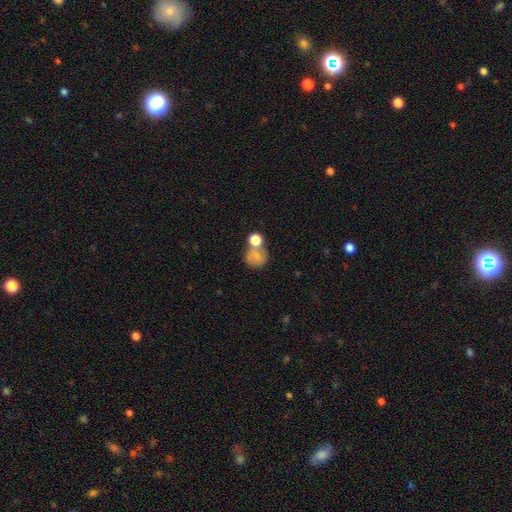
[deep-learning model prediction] Smooth or featured: smooth — 73% (featured or disk — 16%)
How rounded: round — 78% (in between — 21%)
Merging: none — 43% (merger — 36%)